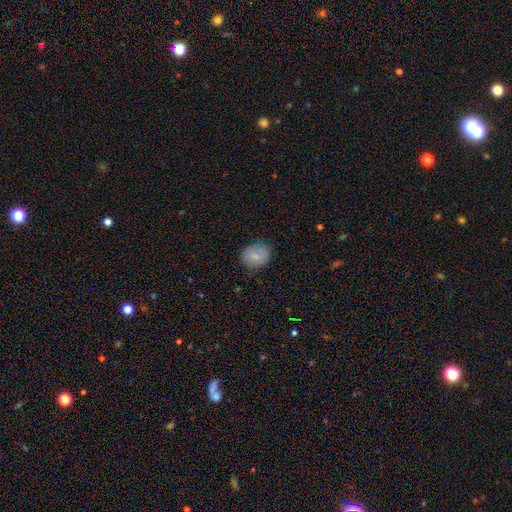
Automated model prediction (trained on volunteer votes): smooth_or_featured: smooth (p=0.78) [alt: featured or disk p=0.14]
how_rounded: round (p=0.52) [alt: in between p=0.47]
merging: none (p=0.80) [alt: minor disturbance p=0.15]